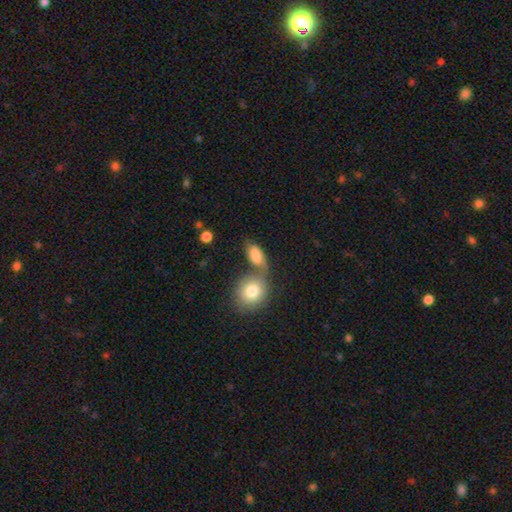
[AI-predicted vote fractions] Overall: smooth (79%). How rounded: in between (83%). Merging: merger (45%; none 35%).